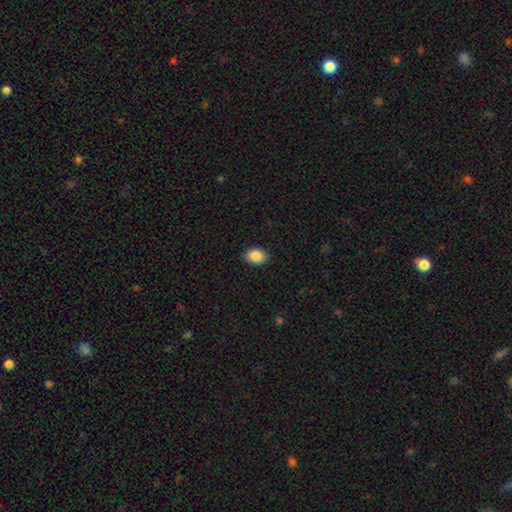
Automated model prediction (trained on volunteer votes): Smooth or featured?
  - smooth: 88% *
  - star or artifact: 8%
  - featured or disk: 4%
How rounded?
  - in between: 73% *
  - round: 26%
  - cigar-shaped: 1%
Merging?
  - none: 87% *
  - minor disturbance: 10%
  - major disturbance: 2%
  - merger: 1%